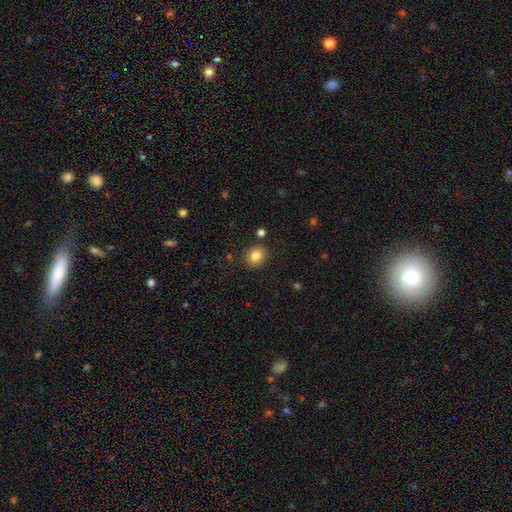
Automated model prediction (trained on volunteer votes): smooth-or-featured: smooth: 83% | star or artifact: 10% | featured or disk: 7%
  how-rounded: round: 72% | in between: 27% | cigar-shaped: 1%
  merging: none: 87% | minor disturbance: 8% | merger: 3% | major disturbance: 2%